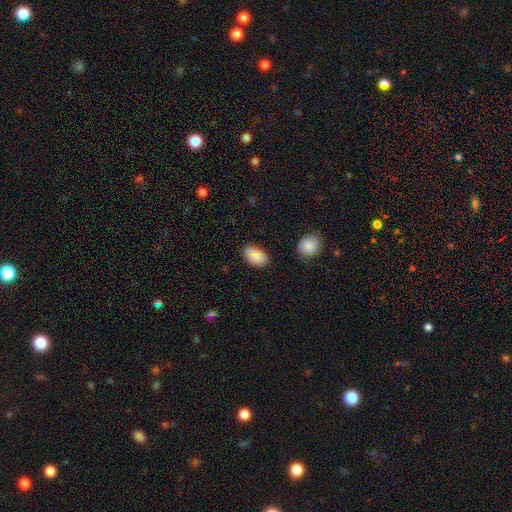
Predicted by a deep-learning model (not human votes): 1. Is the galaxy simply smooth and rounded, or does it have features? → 76% smooth, 16% star or artifact, 8% featured or disk.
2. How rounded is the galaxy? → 91% in between, 7% round, 2% cigar-shaped.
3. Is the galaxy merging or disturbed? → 84% none, 12% minor disturbance, 3% major disturbance, 2% merger.